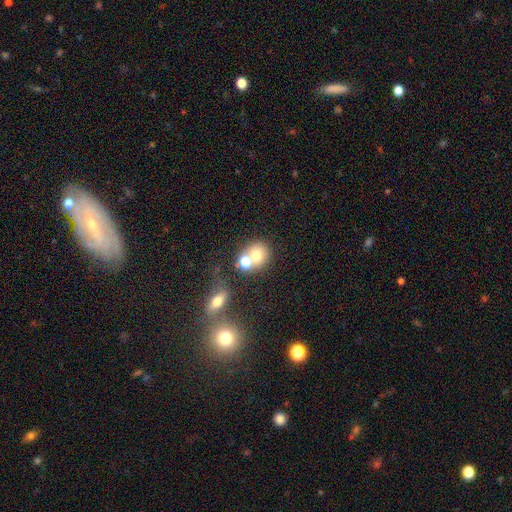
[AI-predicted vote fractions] smooth 69%, featured or disk 18%, star or artifact 13%. Down the decision tree: how rounded — round (77%); merging — merger (48%).